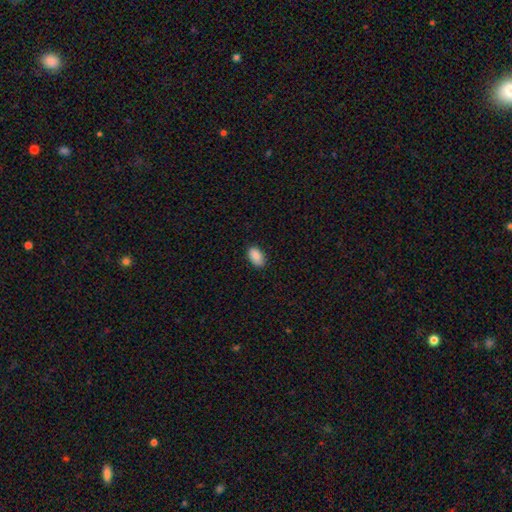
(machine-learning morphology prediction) Smooth or featured? Predicted: smooth (p=0.89). How rounded? Predicted: in between (p=0.93). Merging? Predicted: none (p=0.85).